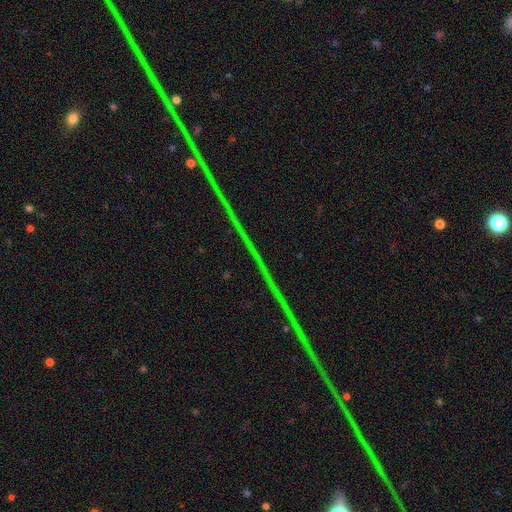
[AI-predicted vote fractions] Smooth or featured? star or artifact (86%)